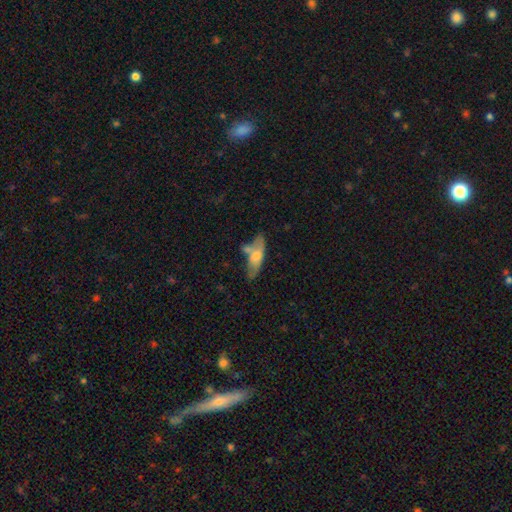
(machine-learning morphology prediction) Smooth or featured: smooth — 58% (featured or disk — 36%)
How rounded: in between — 59% (cigar-shaped — 38%)
Merging: none — 44% (merger — 24%)